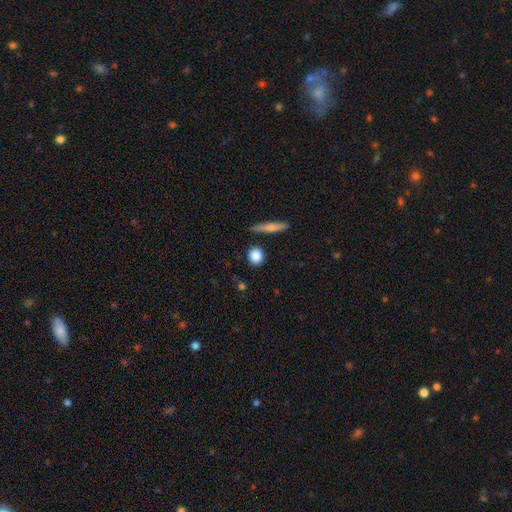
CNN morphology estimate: A smooth galaxy with no disk features (86%) that is round (80%). Merging: none (85%).